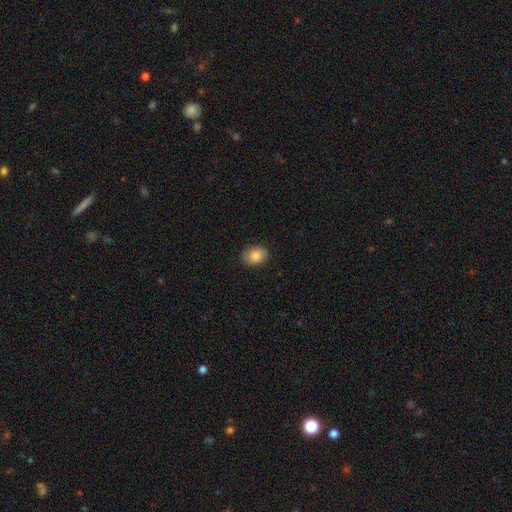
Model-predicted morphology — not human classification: A smooth galaxy with no disk features (86%) that is in between round and cigar-shaped (64%). Merging: none (86%).